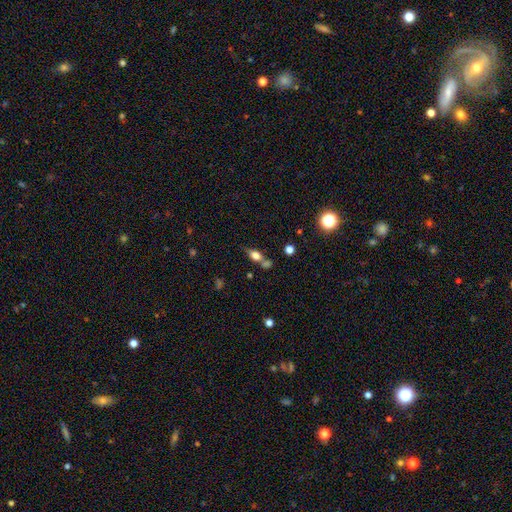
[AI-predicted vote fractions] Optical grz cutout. It shows a smooth galaxy with no disk features (64%) that is in between round and cigar-shaped (68%). Merging: none (49%).